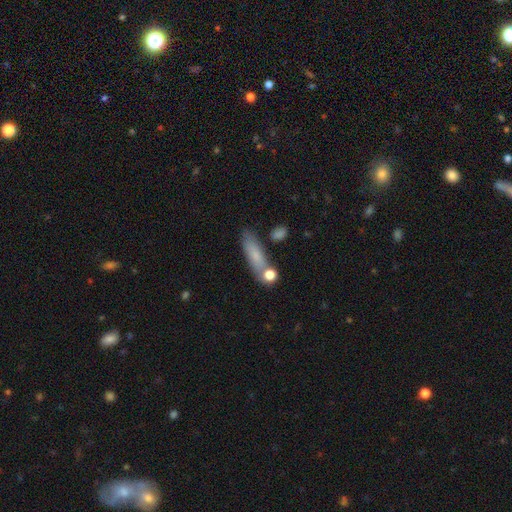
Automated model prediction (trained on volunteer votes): Overall: smooth (75%). How rounded: cigar-shaped (59%; in between 36%). Merging: none (67%).